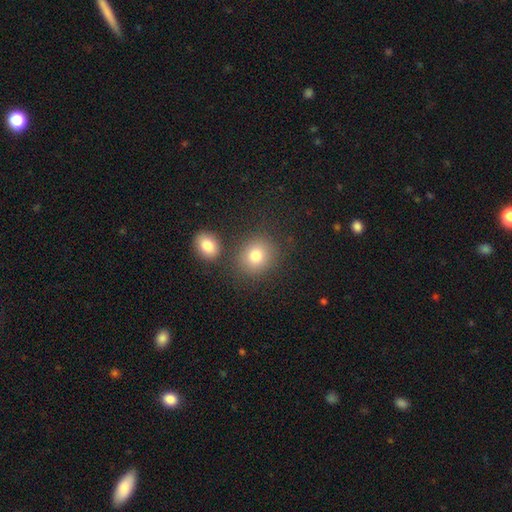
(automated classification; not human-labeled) smooth-or-featured: smooth: 81% | star or artifact: 11% | featured or disk: 9%
  how-rounded: round: 72% | in between: 27% | cigar-shaped: 1%
  merging: none: 74% | merger: 13% | minor disturbance: 10% | major disturbance: 4%